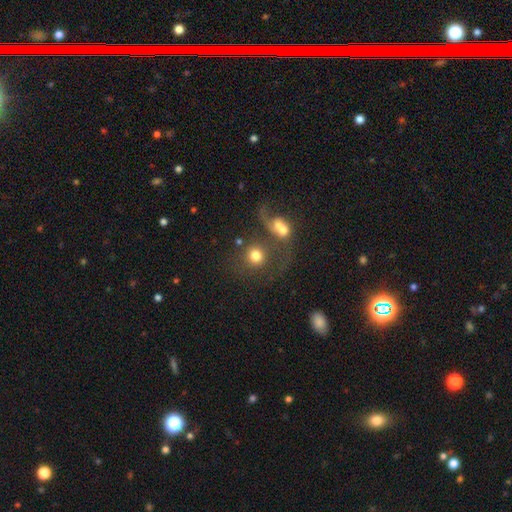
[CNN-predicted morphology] Smooth or featured? smooth (71%)
How rounded? round (86%)
Merging? none (40%)